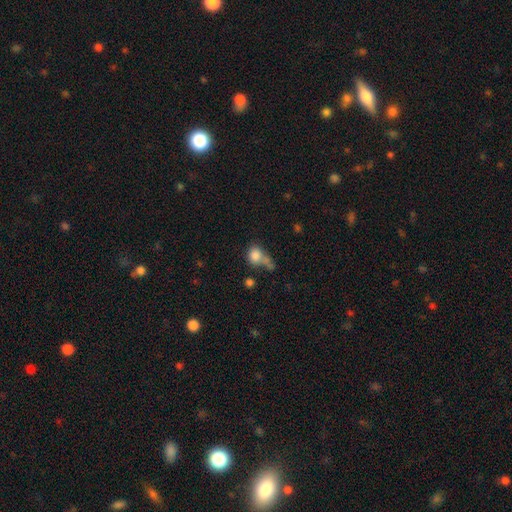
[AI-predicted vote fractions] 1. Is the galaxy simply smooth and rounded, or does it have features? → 80% smooth, 10% star or artifact, 9% featured or disk.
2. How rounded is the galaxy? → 62% round, 36% in between, 2% cigar-shaped.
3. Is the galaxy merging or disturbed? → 35% merger, 33% none, 17% minor disturbance, 16% major disturbance.